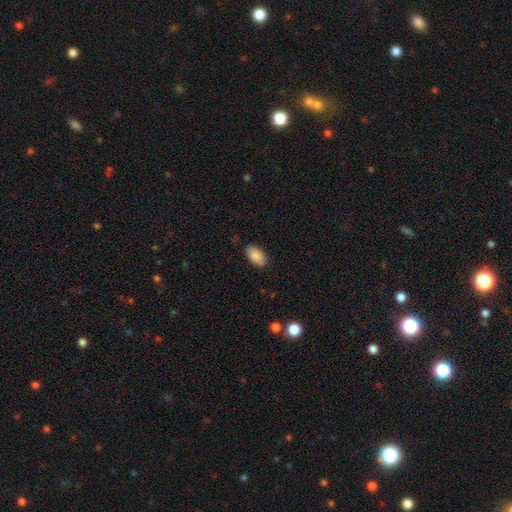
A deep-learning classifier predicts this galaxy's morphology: type=smooth (88%); roundness=in between (94%); merging=none (84%).